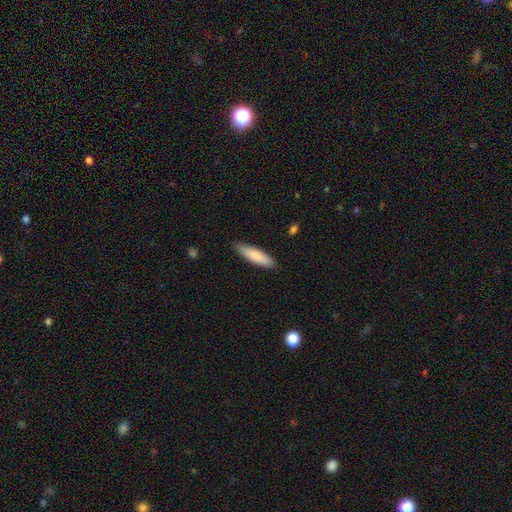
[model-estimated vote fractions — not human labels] Overall: smooth (84%). How rounded: cigar-shaped (70%). Merging: none (86%).